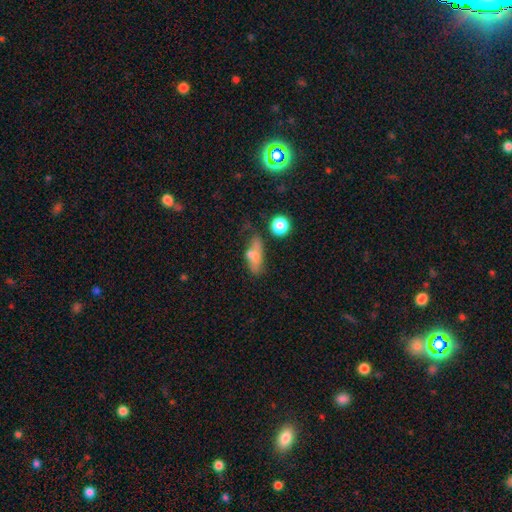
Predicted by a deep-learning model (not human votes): smooth_or_featured: smooth (p=0.65) [alt: featured or disk p=0.24]
how_rounded: in between (p=0.63) [alt: cigar-shaped p=0.30]
merging: none (p=0.44) [alt: minor disturbance p=0.25]